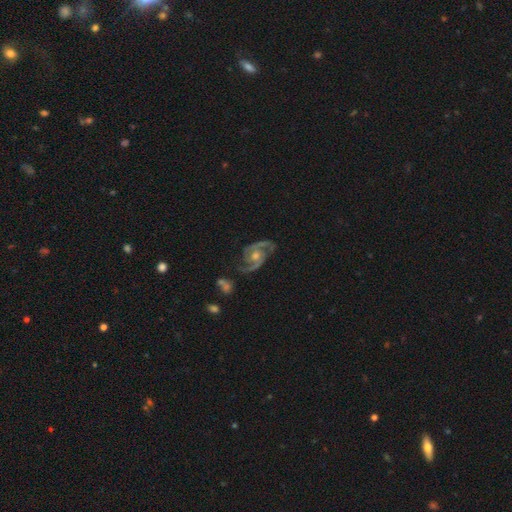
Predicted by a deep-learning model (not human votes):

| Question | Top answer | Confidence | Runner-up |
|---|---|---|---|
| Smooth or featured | featured or disk | 91% | star or artifact (5%) |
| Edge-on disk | no | 98% | yes (2%) |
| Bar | no | 60% | weak (31%) |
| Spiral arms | yes | 98% | no (2%) |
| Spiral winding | medium | 59% | tight (25%) |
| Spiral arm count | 2 | 92% | 3 (3%) |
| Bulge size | moderate | 66% | small (25%) |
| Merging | none | 75% | minor disturbance (15%) |